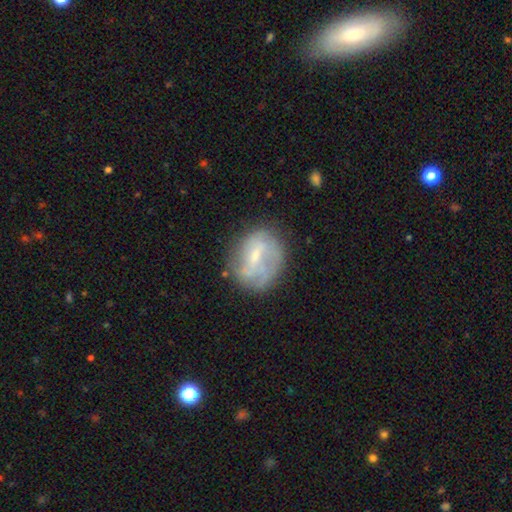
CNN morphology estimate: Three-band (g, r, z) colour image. It shows a featured or disk galaxy (54%) with a weak bar (48%), no spiral arms (50%, tied with yes) and a small central bulge (51%). Merging: none (60%).